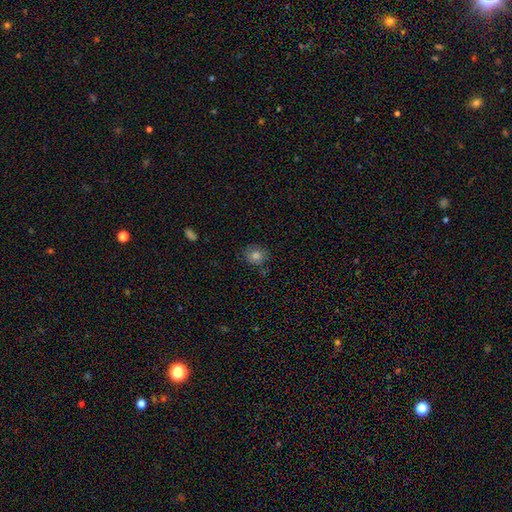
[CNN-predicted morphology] smooth 75%, star or artifact 14%, featured or disk 10%. Down the decision tree: how rounded — round (75%); merging — none (79%).